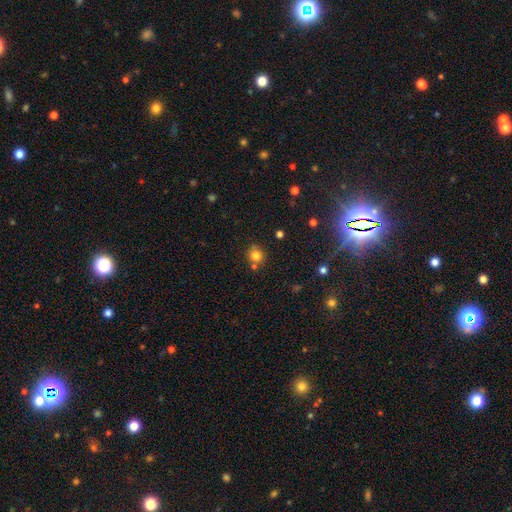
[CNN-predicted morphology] Smooth or featured?
  - smooth: 79% *
  - star or artifact: 14%
  - featured or disk: 7%
How rounded?
  - round: 86% *
  - in between: 13%
  - cigar-shaped: 1%
Merging?
  - none: 70% *
  - merger: 15%
  - minor disturbance: 12%
  - major disturbance: 3%